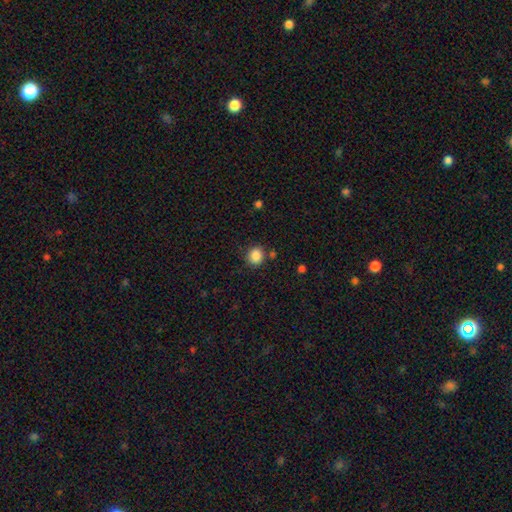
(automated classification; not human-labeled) Smooth or featured: smooth — 87% (star or artifact — 10%)
How rounded: round — 82% (in between — 17%)
Merging: none — 82% (minor disturbance — 10%)